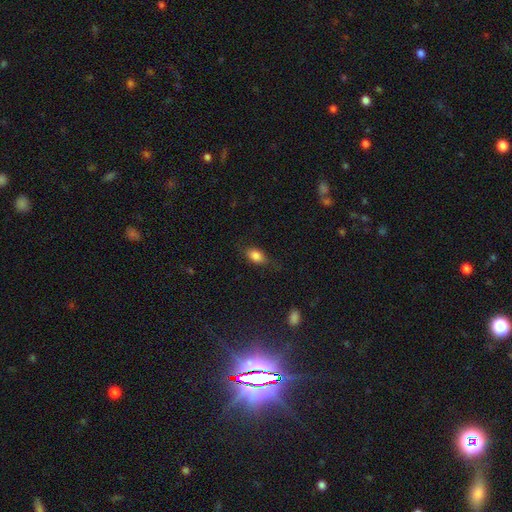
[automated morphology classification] Smooth or featured: smooth — 81% (featured or disk — 10%)
How rounded: in between — 84% (round — 11%)
Merging: none — 73% (minor disturbance — 19%)